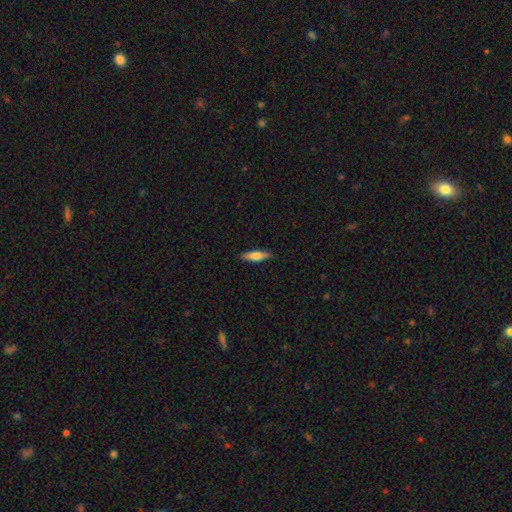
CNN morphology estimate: smooth-or-featured: smooth: 66% | featured or disk: 29% | star or artifact: 6%
  how-rounded: cigar-shaped: 68% | in between: 30% | round: 2%
  merging: none: 88% | minor disturbance: 9% | major disturbance: 2% | merger: 1%